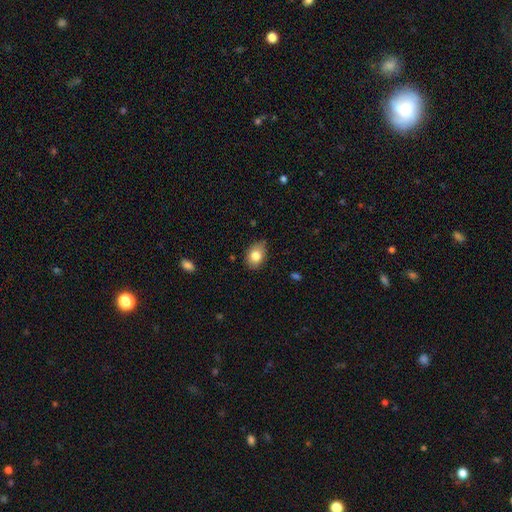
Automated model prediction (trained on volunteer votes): Overall: smooth (81%). How rounded: in between (74%). Merging: none (77%).